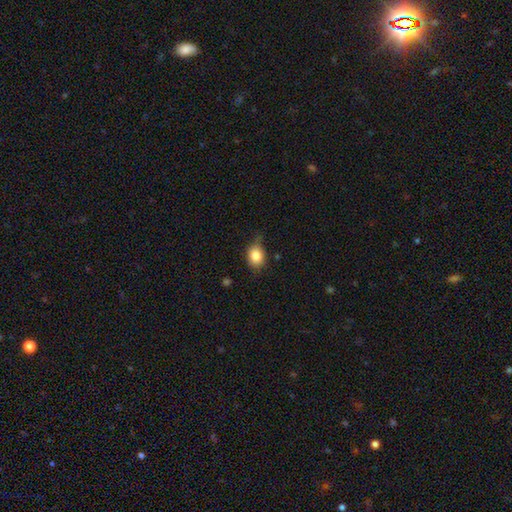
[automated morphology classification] Smooth or featured? smooth (83%)
How rounded? round (50%)
Merging? none (58%)